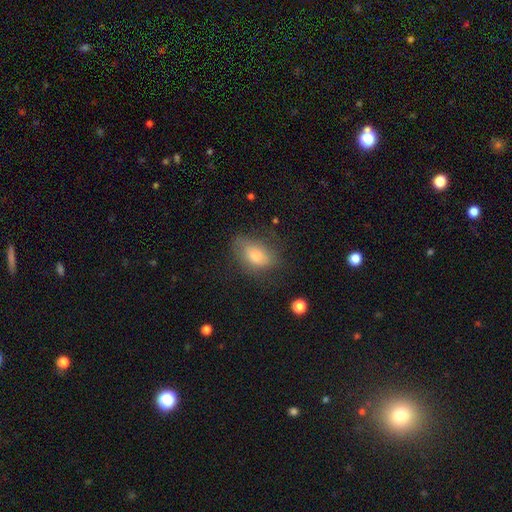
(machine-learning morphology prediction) A smooth galaxy with no disk features (73%) that is in between round and cigar-shaped (85%).

Vote fractions:
- Smooth or featured? smooth: 73% / featured or disk: 17% / star or artifact: 9%
- How rounded? in between: 85% / round: 13% / cigar-shaped: 3%
- Merging? none: 63% / minor disturbance: 25% / major disturbance: 10% / merger: 2%